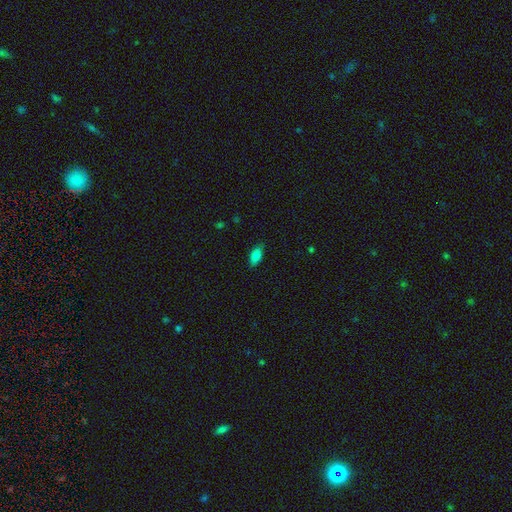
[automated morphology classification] smooth_or_featured: smooth (p=0.82) [alt: featured or disk p=0.09]
how_rounded: in between (p=0.86) [alt: cigar-shaped p=0.10]
merging: none (p=0.85) [alt: minor disturbance p=0.12]